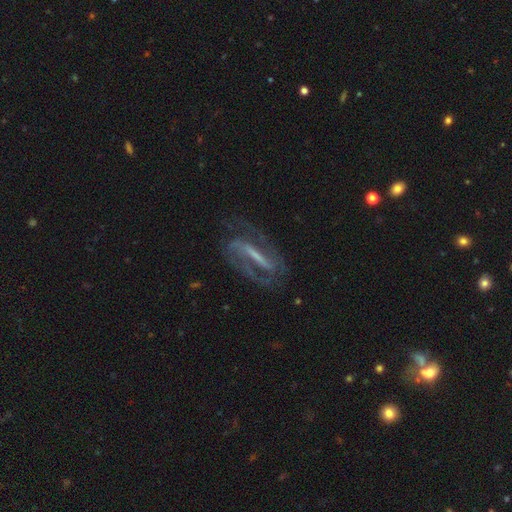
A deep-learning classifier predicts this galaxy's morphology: smooth_or_featured: featured or disk (p=0.85) [alt: smooth p=0.08]
disk_edge_on: no (p=0.85) [alt: yes p=0.15]
bar: strong (p=0.76) [alt: weak p=0.17]
has_spiral_arms: yes (p=0.91) [alt: no p=0.09]
spiral_winding: medium (p=0.49) [alt: tight p=0.31]
spiral_arm_count: 2 (p=0.86) [alt: can't tell p=0.07]
bulge_size: none (p=0.41) [alt: small p=0.35]
merging: none (p=0.70) [alt: minor disturbance p=0.16]